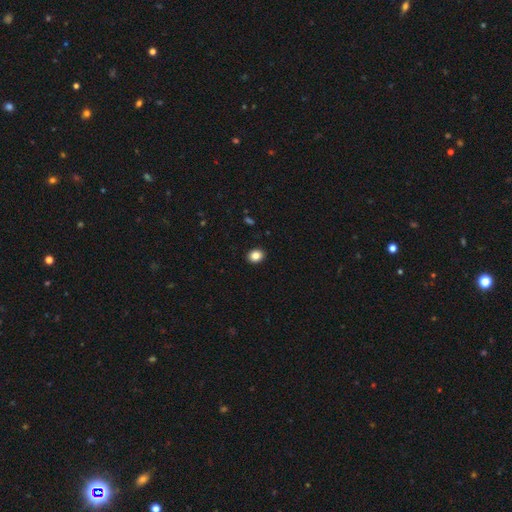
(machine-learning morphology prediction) Smooth or featured?
  - smooth: 86% *
  - star or artifact: 10%
  - featured or disk: 5%
How rounded?
  - round: 55% *
  - in between: 44%
  - cigar-shaped: 1%
Merging?
  - none: 92% *
  - minor disturbance: 6%
  - major disturbance: 2%
  - merger: 1%